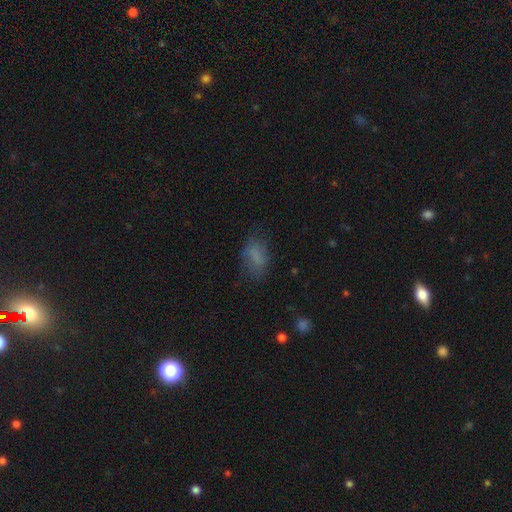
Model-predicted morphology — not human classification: This appears to be a smooth galaxy with no disk features (72%) that is in between round and cigar-shaped (85%). Merging: none (64%).